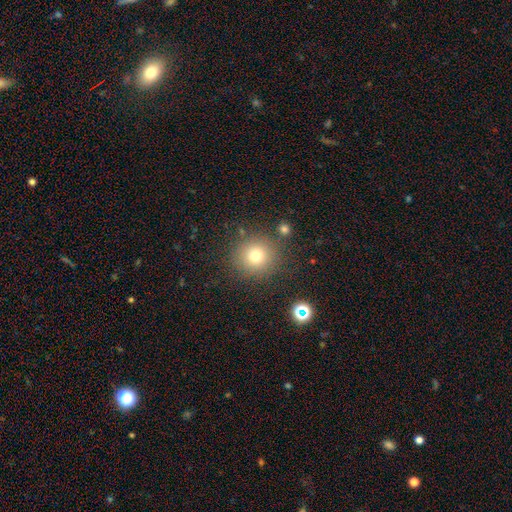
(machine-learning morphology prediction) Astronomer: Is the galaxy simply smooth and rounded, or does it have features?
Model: smooth — 76%.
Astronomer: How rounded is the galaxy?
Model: round — 92%.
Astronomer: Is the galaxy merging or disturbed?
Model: none — 84%.